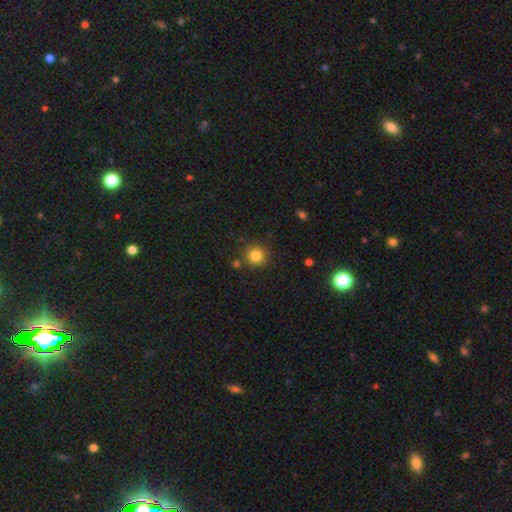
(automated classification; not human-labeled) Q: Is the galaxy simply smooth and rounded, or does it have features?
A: smooth — 83%.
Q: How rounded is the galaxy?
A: round — 94%.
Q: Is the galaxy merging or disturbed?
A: none — 86%.